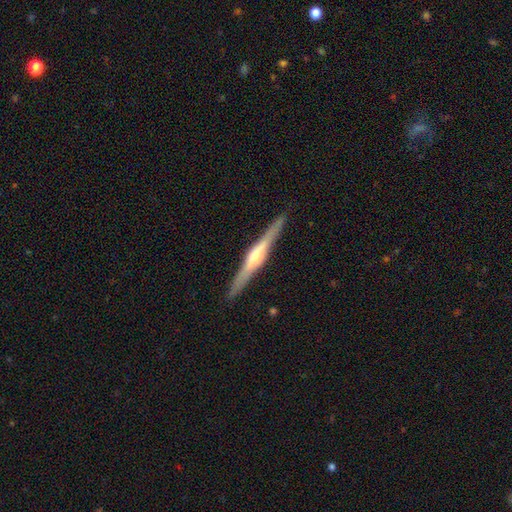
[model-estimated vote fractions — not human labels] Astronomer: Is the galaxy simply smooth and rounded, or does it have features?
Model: featured or disk — 78%.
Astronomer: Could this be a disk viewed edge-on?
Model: yes — 98%.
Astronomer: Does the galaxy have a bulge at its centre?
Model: rounded — 83%.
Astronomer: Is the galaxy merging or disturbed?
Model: none — 91%.